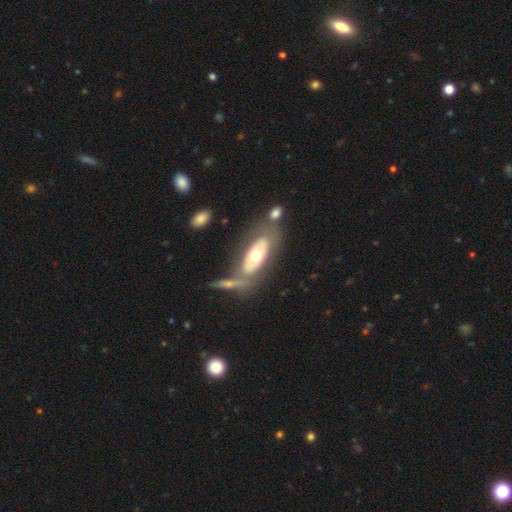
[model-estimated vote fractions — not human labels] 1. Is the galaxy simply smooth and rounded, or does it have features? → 53% featured or disk, 42% smooth, 6% star or artifact.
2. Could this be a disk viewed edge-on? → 81% no, 19% yes.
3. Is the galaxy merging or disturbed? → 55% none, 20% merger, 15% minor disturbance, 9% major disturbance.